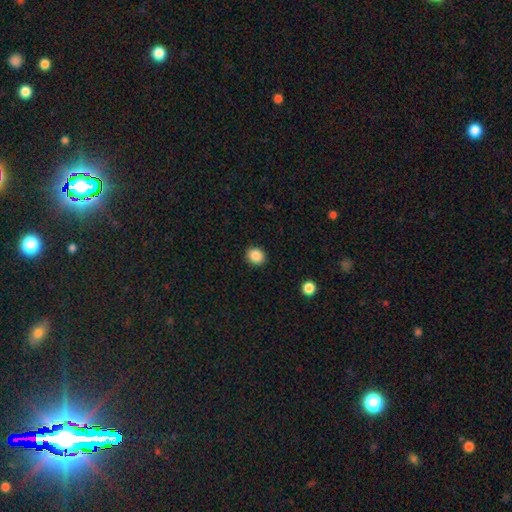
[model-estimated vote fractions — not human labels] A smooth galaxy with no disk features (88%) that is round (71%). Merging: none (90%).